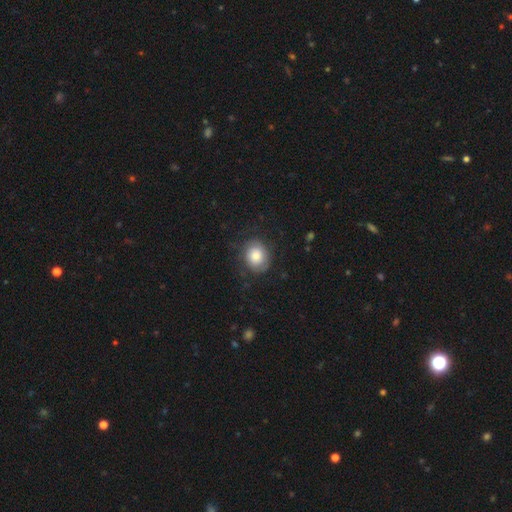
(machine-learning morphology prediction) The model was most divided on "how rounded": round: 60%, in between: 39%, cigar-shaped: 1%. More confident: merging — none (73%); smooth or featured — smooth (72%).